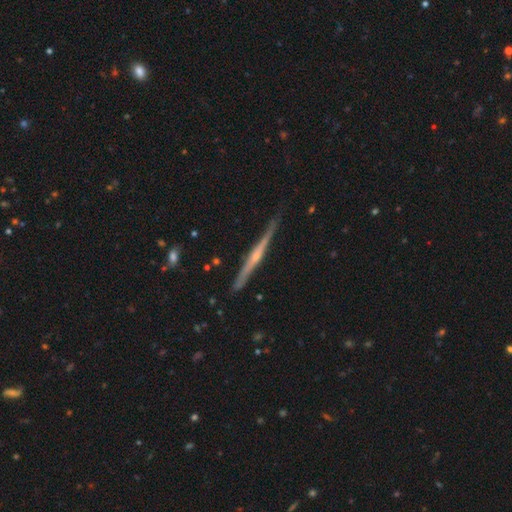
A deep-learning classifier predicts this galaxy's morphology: featured or disk 82%, smooth 13%, star or artifact 6%. Down the decision tree: edge-on disk — yes (98%); edge-on bulge — rounded (73%); merging — none (87%).